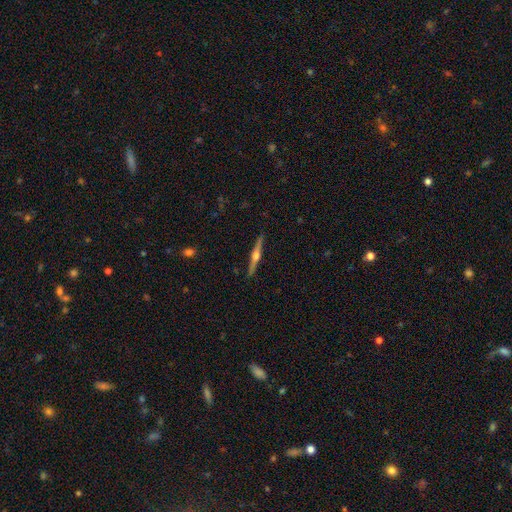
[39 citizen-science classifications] smooth-or-featured: featured or disk: 82% | smooth: 13% | star or artifact: 5%
  disk-edge-on: yes: 100% | no: 0%
    edge-on-bulge: rounded: 91% | boxy: 9% | none: 0%
  merging: none: 97% | major disturbance: 3% | minor disturbance: 0% | merger: 0%